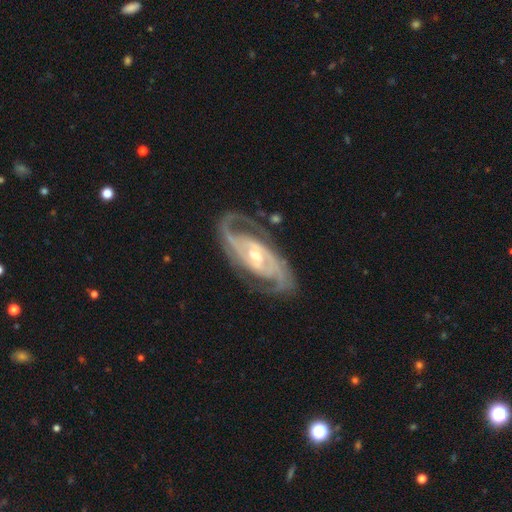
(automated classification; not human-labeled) smooth-or-featured: featured or disk: 93% | star or artifact: 4% | smooth: 3%
  disk-edge-on: no: 96% | yes: 4%
    bar: weak: 43% | no: 34% | strong: 23%
    has-spiral-arms: yes: 98% | no: 2%
      spiral-winding: medium: 46% | tight: 45% | loose: 9%
      spiral-arm-count: 2: 80% | 3: 8% | can't tell: 5% | 4: 2% | 1: 2% | more than 4: 2%
    bulge-size: moderate: 56% | small: 39% | large: 3% | none: 1% | dominant: 1%
  merging: none: 79% | minor disturbance: 14% | major disturbance: 6% | merger: 2%